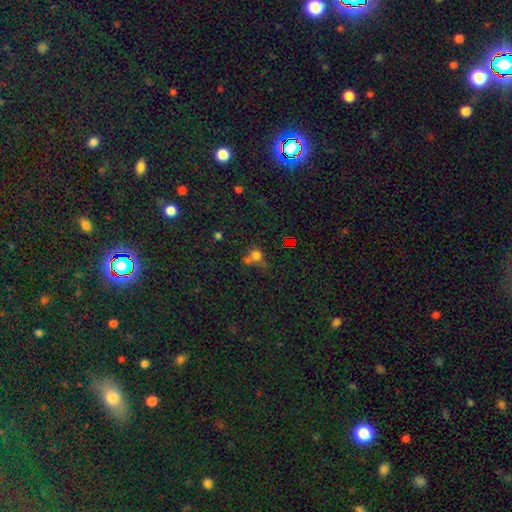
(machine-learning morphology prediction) Smooth or featured?
  - smooth: 62% *
  - star or artifact: 27%
  - featured or disk: 11%
How rounded?
  - round: 76% *
  - in between: 22%
  - cigar-shaped: 2%
Merging?
  - none: 40% *
  - merger: 39%
  - minor disturbance: 12%
  - major disturbance: 9%